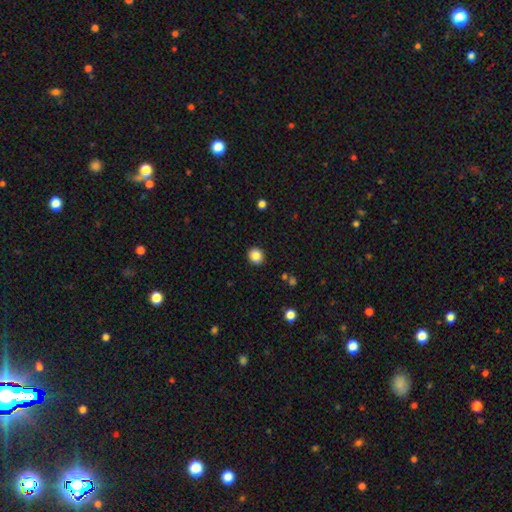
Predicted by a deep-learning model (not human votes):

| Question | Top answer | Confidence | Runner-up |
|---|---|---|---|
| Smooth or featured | smooth | 85% | star or artifact (10%) |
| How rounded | round | 74% | in between (25%) |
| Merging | none | 90% | minor disturbance (7%) |